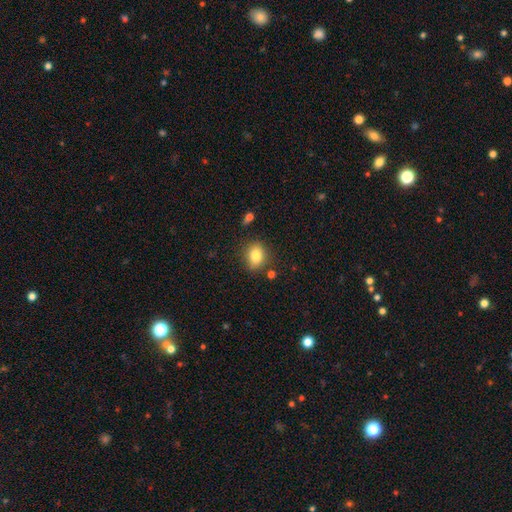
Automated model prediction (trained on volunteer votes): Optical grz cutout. It shows a smooth galaxy with no disk features (82%) that is in between round and cigar-shaped (52%). Merging: none (81%).